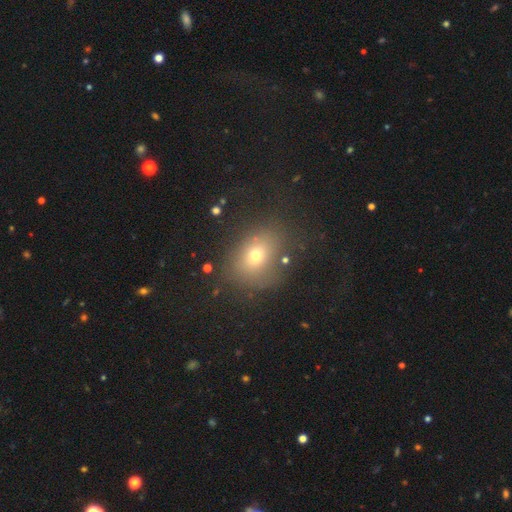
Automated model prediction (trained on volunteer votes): Morphology: type=smooth (67%); roundness=in between (53%); merging=none (72%).